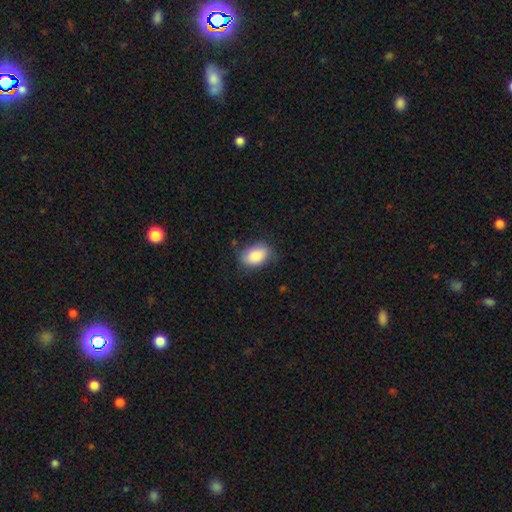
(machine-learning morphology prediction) Smooth or featured? Predicted: smooth (p=0.85). How rounded? Predicted: in between (p=0.86). Merging? Predicted: none (p=0.72).